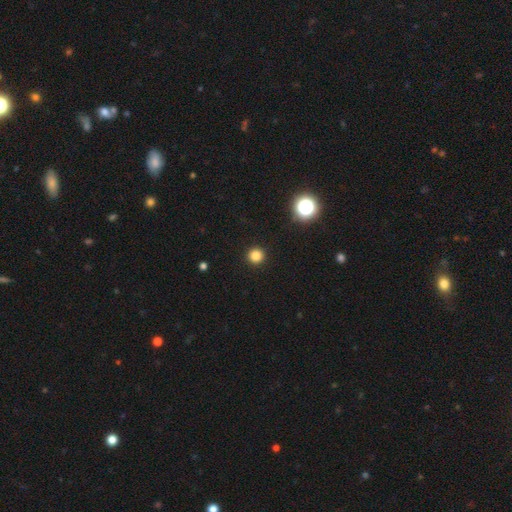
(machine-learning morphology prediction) This is clearly a smooth galaxy (82%). How rounded: clearly round (96%). Merging: clearly none (93%).